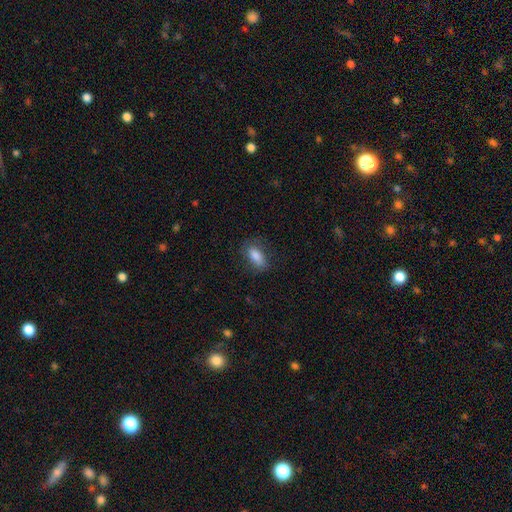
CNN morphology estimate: Q: Smooth or featured?
A: smooth (83%); runner-up: featured or disk (10%)
Q: How rounded?
A: in between (86%); runner-up: cigar-shaped (10%)
Q: Merging?
A: none (73%); runner-up: minor disturbance (19%)